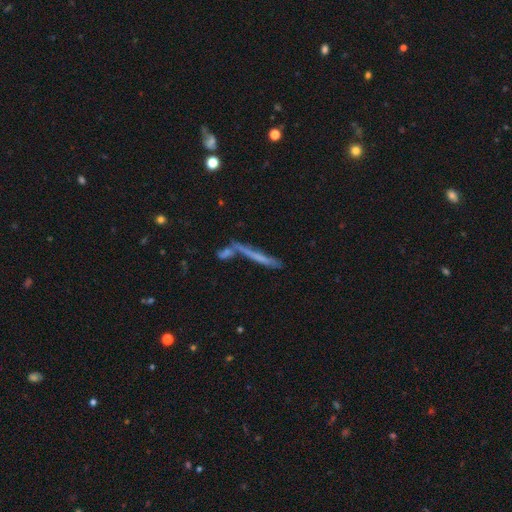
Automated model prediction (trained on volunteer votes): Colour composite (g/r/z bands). It shows a featured or disk galaxy (45%). Merging: none (60%).